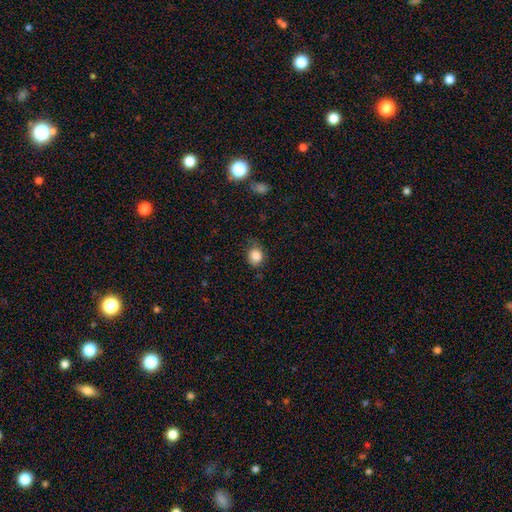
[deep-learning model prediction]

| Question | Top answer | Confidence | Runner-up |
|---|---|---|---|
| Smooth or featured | smooth | 86% | star or artifact (9%) |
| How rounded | round | 61% | in between (38%) |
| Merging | none | 71% | minor disturbance (22%) |